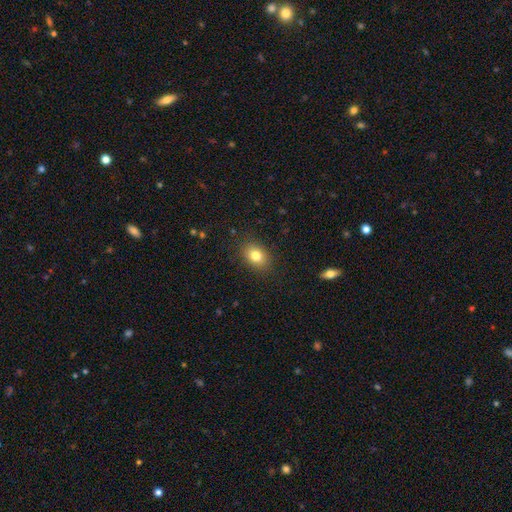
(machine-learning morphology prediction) A smooth galaxy with no disk features (81%) that is in between round and cigar-shaped (70%).

Vote fractions:
- Smooth or featured? smooth: 81% / star or artifact: 10% / featured or disk: 9%
- How rounded? in between: 70% / round: 29% / cigar-shaped: 1%
- Merging? none: 87% / minor disturbance: 9% / major disturbance: 3% / merger: 1%